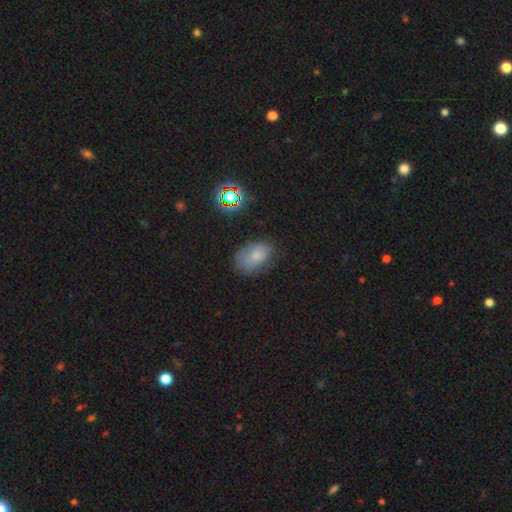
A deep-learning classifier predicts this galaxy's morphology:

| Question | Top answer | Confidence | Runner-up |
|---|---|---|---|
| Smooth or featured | smooth | 70% | featured or disk (16%) |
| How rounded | in between | 84% | round (15%) |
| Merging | none | 62% | minor disturbance (26%) |